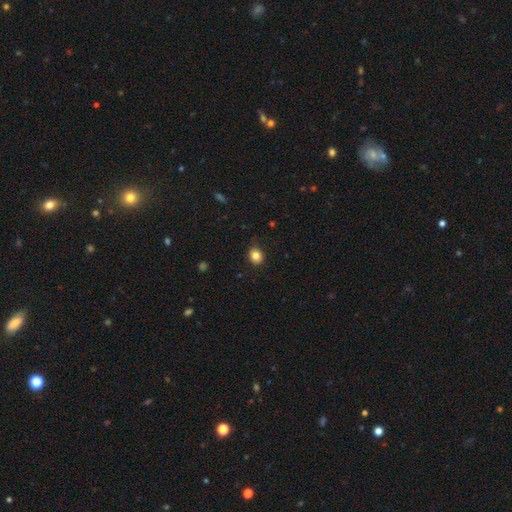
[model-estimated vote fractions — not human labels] This appears to be a smooth galaxy with no disk features (83%) that is round (61%). Merging: none (82%).